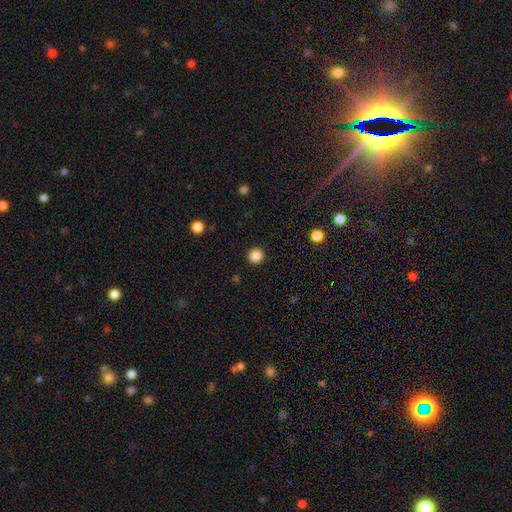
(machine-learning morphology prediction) Smooth or featured?
  - smooth: 86% *
  - star or artifact: 11%
  - featured or disk: 3%
How rounded?
  - round: 91% *
  - in between: 8%
  - cigar-shaped: 1%
Merging?
  - none: 92% *
  - minor disturbance: 5%
  - major disturbance: 2%
  - merger: 1%